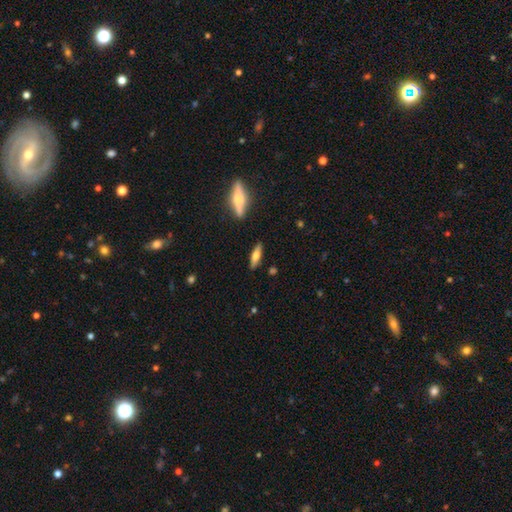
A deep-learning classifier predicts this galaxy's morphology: Smooth or featured? Predicted: smooth (p=0.57). How rounded? Predicted: cigar-shaped (p=0.56). Merging? Predicted: none (p=0.87).